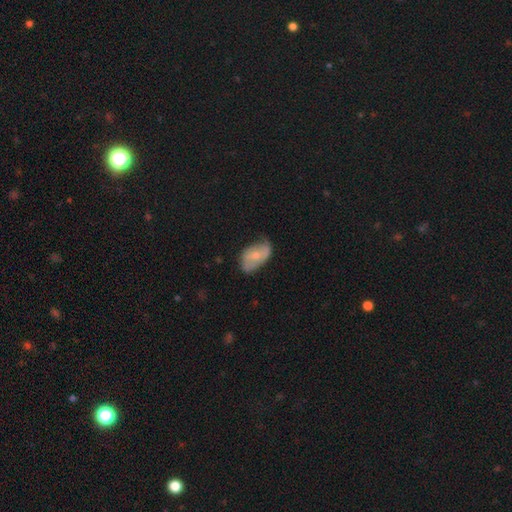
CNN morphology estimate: The model was most divided on "smooth or featured": smooth: 51%, featured or disk: 42%, star or artifact: 7%. More confident: how rounded — in between (91%); merging — none (51%).